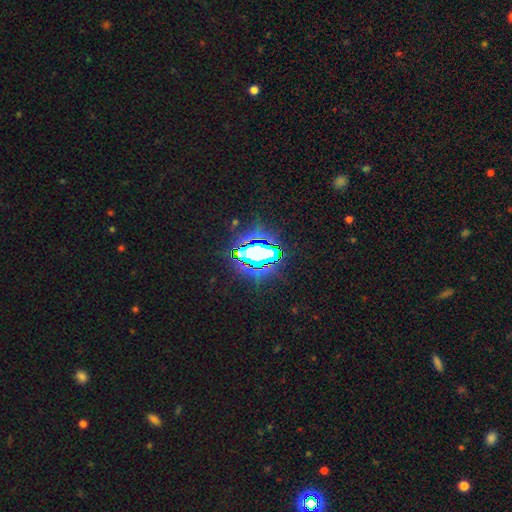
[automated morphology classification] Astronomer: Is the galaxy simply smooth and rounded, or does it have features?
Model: star or artifact — 69%.